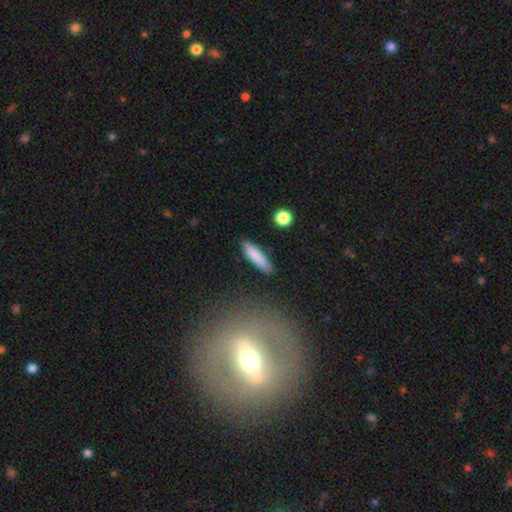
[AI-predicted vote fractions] Smooth or featured: smooth — 84% (featured or disk — 9%)
How rounded: cigar-shaped — 74% (in between — 24%)
Merging: none — 85% (minor disturbance — 10%)